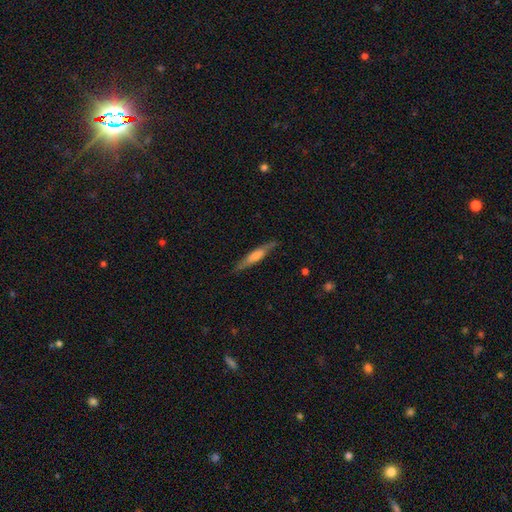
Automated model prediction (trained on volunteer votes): Q: Smooth or featured?
A: featured or disk (57%); runner-up: smooth (36%)
Q: Edge-on disk?
A: yes (92%); runner-up: no (8%)
Q: Edge-on bulge?
A: rounded (55%); runner-up: boxy (25%)
Q: Merging?
A: none (86%); runner-up: minor disturbance (10%)